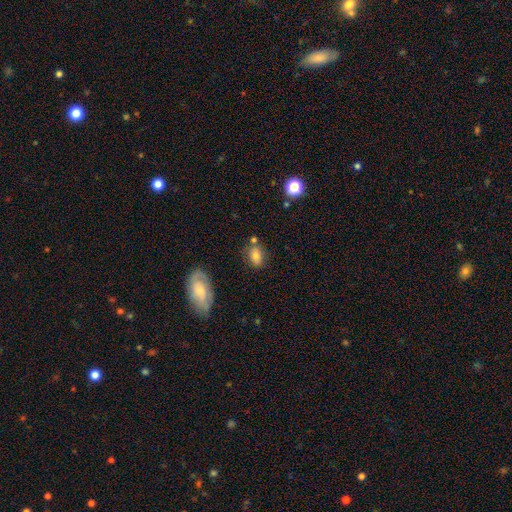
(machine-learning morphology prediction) type=smooth (71%); roundness=in between (76%); merging=none (68%).